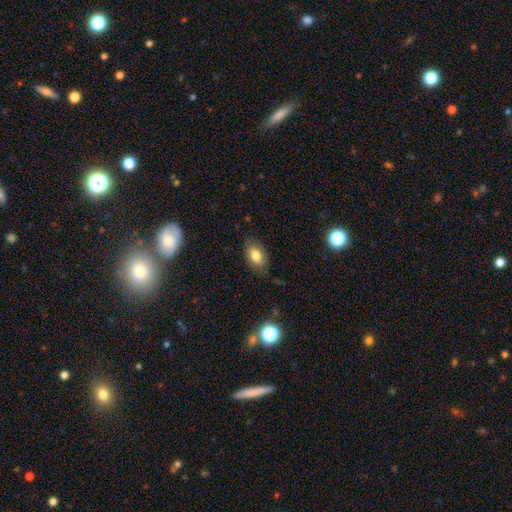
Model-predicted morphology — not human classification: Smooth or featured?
  - smooth: 78% *
  - featured or disk: 13%
  - star or artifact: 9%
How rounded?
  - in between: 90% *
  - round: 7%
  - cigar-shaped: 3%
Merging?
  - none: 80% *
  - minor disturbance: 15%
  - major disturbance: 4%
  - merger: 1%